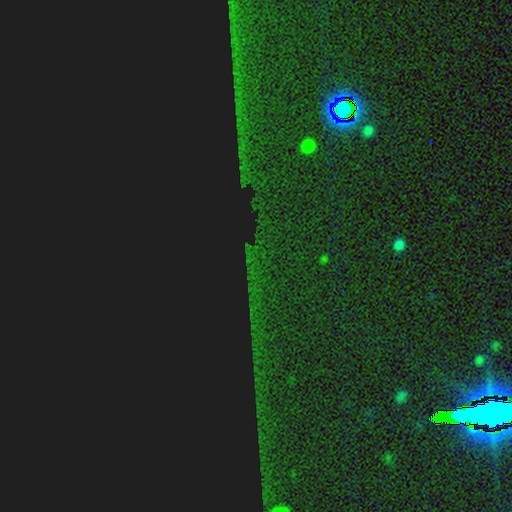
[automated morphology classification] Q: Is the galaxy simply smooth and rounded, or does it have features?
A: star or artifact — 88%.